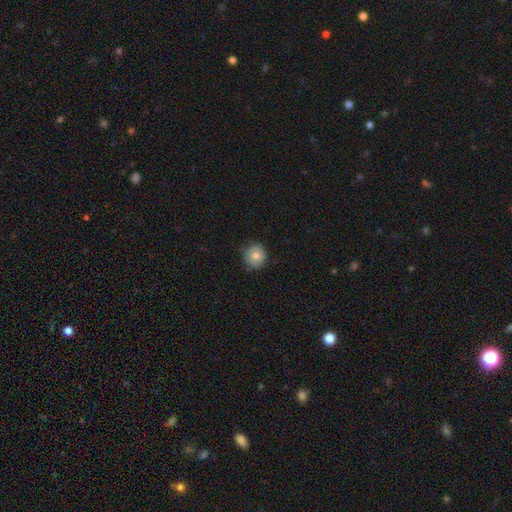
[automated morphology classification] This appears to be a smooth galaxy with no disk features (76%) that is round (88%). Merging: none (78%).